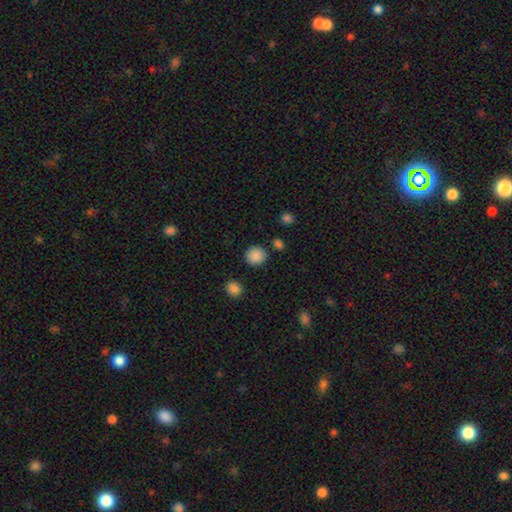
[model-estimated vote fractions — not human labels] Smooth or featured? Predicted: smooth (p=0.87). How rounded? Predicted: round (p=0.89). Merging? Predicted: none (p=0.86).